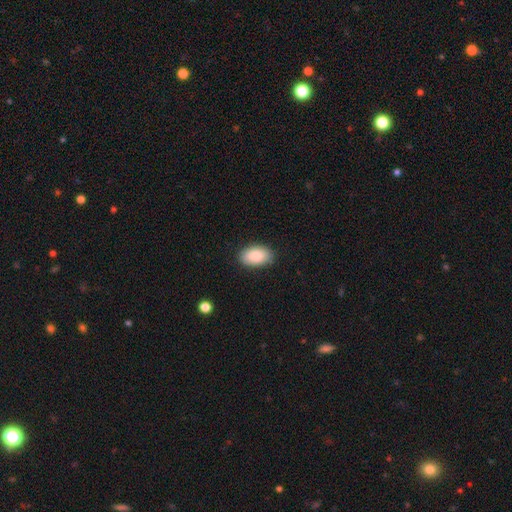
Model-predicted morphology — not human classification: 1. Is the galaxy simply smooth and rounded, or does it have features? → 88% smooth, 6% star or artifact, 5% featured or disk.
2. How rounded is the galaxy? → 93% in between, 5% round, 1% cigar-shaped.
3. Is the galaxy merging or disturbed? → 85% none, 11% minor disturbance, 2% major disturbance, 1% merger.